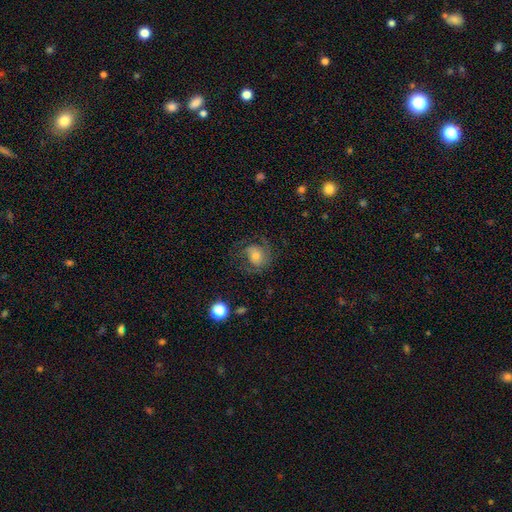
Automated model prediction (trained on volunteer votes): This is possibly a featured or disk galaxy (54%). It is clearly not viewed edge-on (97%). Bar: likely no (73%). Spiral arm pattern: clearly yes (82%). Central bulge: possibly moderate (51%). Merging: likely none (61%).